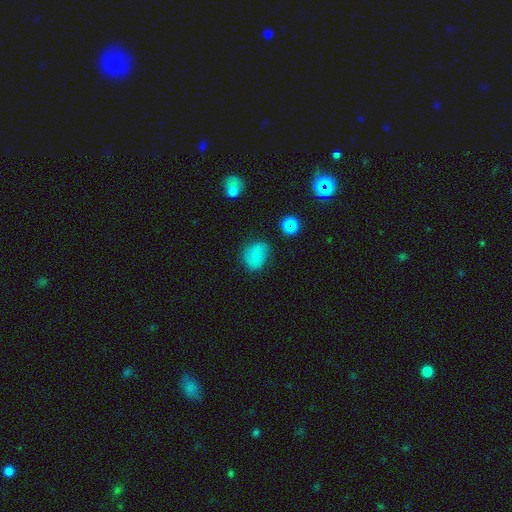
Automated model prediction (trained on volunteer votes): This is likely a smooth galaxy (66%). How rounded: possibly round (55%). Merging: likely none (64%).